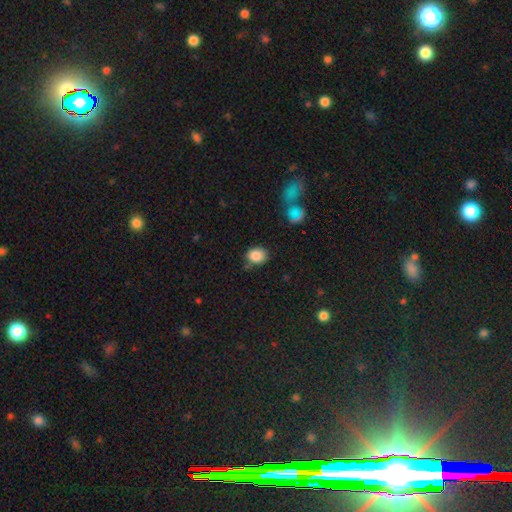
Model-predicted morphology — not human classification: Smooth or featured? smooth (85%)
How rounded? round (51%)
Merging? none (72%)